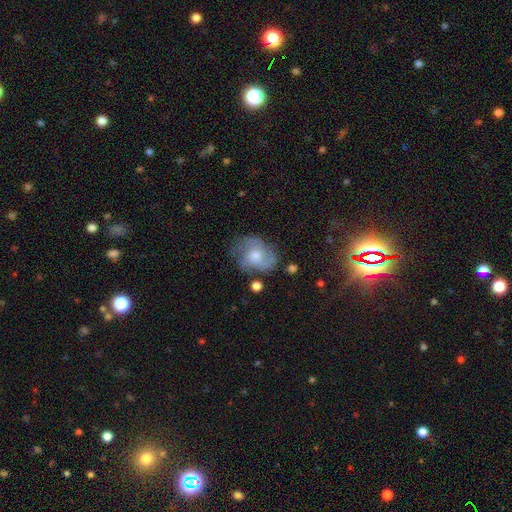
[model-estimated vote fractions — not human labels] Smooth or featured? Predicted: featured or disk (p=0.66). Edge-on disk? Predicted: no (p=0.97). Bar? Predicted: no (p=0.75). Spiral arms? Predicted: yes (p=0.88). Spiral winding? Predicted: medium (p=0.46). Spiral arm count? Predicted: 3 (p=0.33). Bulge size? Predicted: moderate (p=0.61). Merging? Predicted: none (p=0.64).